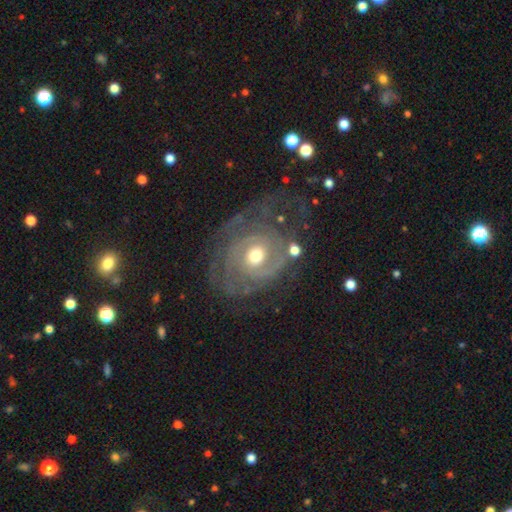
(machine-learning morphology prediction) smooth_or_featured: featured or disk (p=0.84) [alt: smooth p=0.09]
disk_edge_on: no (p=0.97) [alt: yes p=0.03]
bar: no (p=0.77) [alt: weak p=0.18]
has_spiral_arms: yes (p=0.91) [alt: no p=0.09]
spiral_winding: tight (p=0.68) [alt: medium p=0.24]
spiral_arm_count: can't tell (p=0.35) [alt: 2 p=0.27]
bulge_size: moderate (p=0.71) [alt: small p=0.18]
merging: none (p=0.60) [alt: minor disturbance p=0.18]